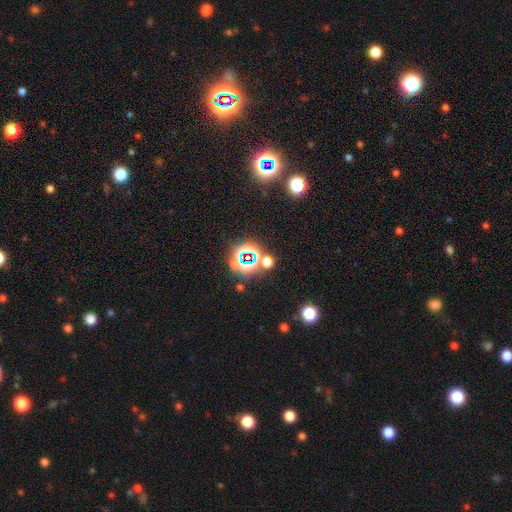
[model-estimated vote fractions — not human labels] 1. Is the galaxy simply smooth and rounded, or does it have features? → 65% star or artifact, 25% smooth, 10% featured or disk.